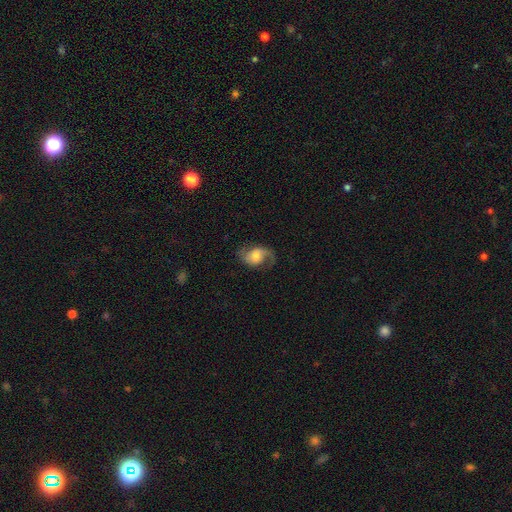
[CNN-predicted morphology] A featured or disk galaxy (72%) with no bar (57%), 2 (83%) loose (49%) spiral arms (94%) and a moderate central bulge (43%).

Vote fractions:
- Smooth or featured? featured or disk: 72% / smooth: 21% / star or artifact: 8%
- Edge-on disk? no: 97% / yes: 3%
- Bar? no: 57% / weak: 36% / strong: 8%
- Spiral arms? yes: 94% / no: 6%
- Spiral winding? loose: 49% / medium: 40% / tight: 10%
- Spiral arm count? 2: 83% / 1: 11% / can't tell: 3% / 3: 1% / 4: 1% / more than 4: 1%
- Bulge size? moderate: 43% / small: 25% / large: 20% / none: 8% / dominant: 3%
- Merging? none: 70% / minor disturbance: 17% / major disturbance: 11% / merger: 1%